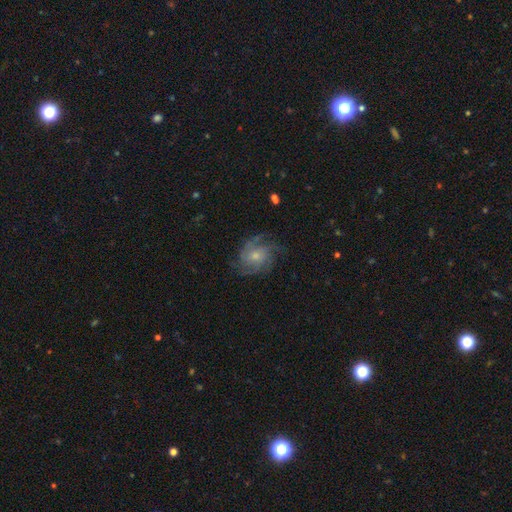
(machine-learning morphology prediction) Smooth or featured? Predicted: featured or disk (p=0.76). Edge-on disk? Predicted: no (p=0.97). Bar? Predicted: no (p=0.72). Spiral arms? Predicted: yes (p=0.93). Spiral winding? Predicted: medium (p=0.45). Spiral arm count? Predicted: 3 (p=0.27). Bulge size? Predicted: small (p=0.48). Merging? Predicted: none (p=0.69).